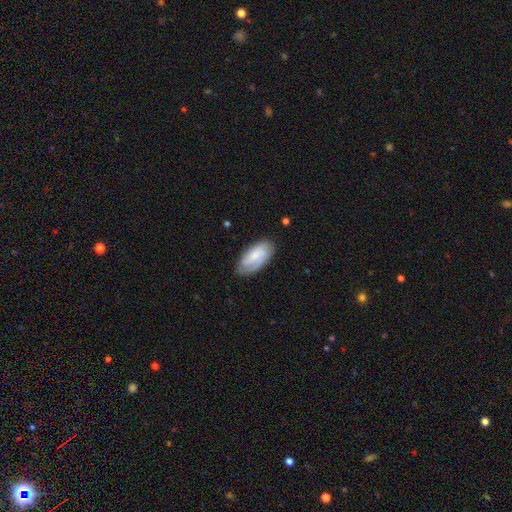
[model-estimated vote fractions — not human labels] Smooth or featured? Predicted: featured or disk (p=0.47, tied with smooth). Merging? Predicted: none (p=0.75).